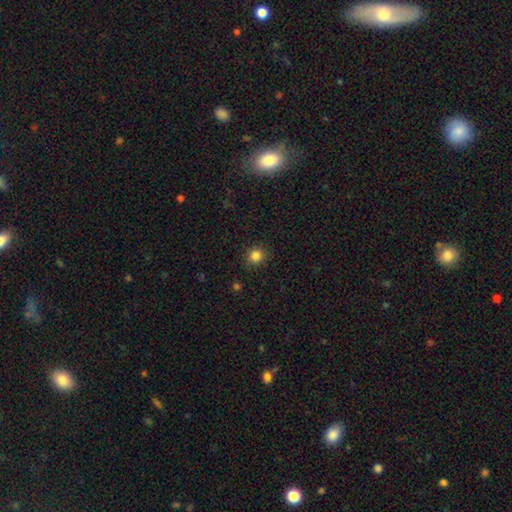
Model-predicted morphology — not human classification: Smooth or featured: smooth — 84% (star or artifact — 12%)
How rounded: round — 92% (in between — 7%)
Merging: none — 90% (minor disturbance — 7%)